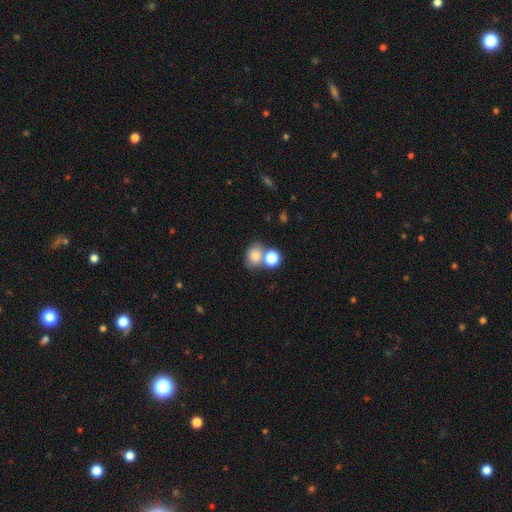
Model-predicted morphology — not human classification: Smooth or featured? Predicted: smooth (p=0.79). How rounded? Predicted: round (p=0.55). Merging? Predicted: none (p=0.47).